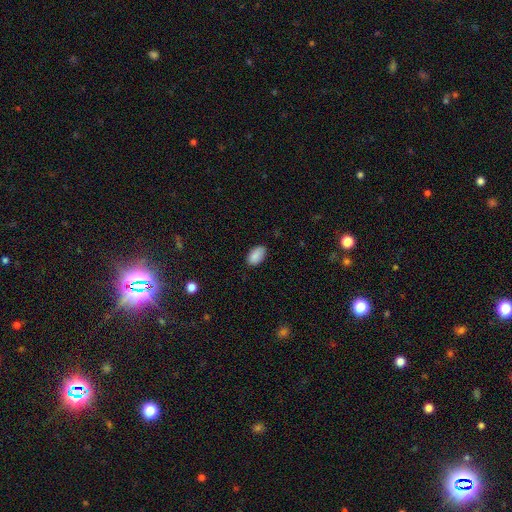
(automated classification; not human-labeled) Smooth or featured: smooth — 88% (star or artifact — 7%)
How rounded: in between — 94% (round — 5%)
Merging: none — 79% (minor disturbance — 17%)